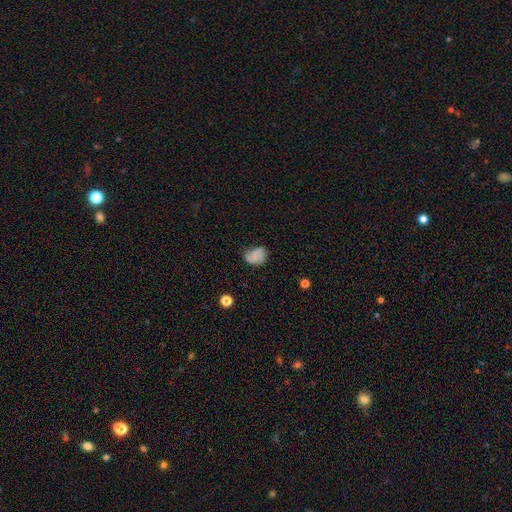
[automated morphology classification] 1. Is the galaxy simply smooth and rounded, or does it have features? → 56% smooth, 32% featured or disk, 12% star or artifact.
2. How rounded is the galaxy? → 57% in between, 41% round, 1% cigar-shaped.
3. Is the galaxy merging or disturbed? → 54% none, 29% minor disturbance, 14% major disturbance, 3% merger.